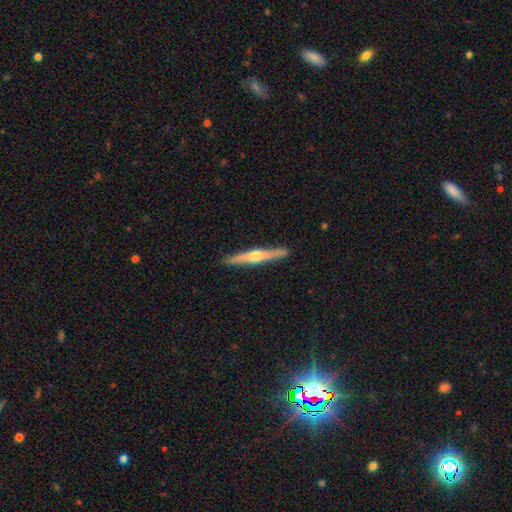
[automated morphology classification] This is likely a featured or disk galaxy (72%). It is clearly viewed edge-on (98%). Edge-on bulge: clearly rounded (90%). Merging: clearly none (91%).